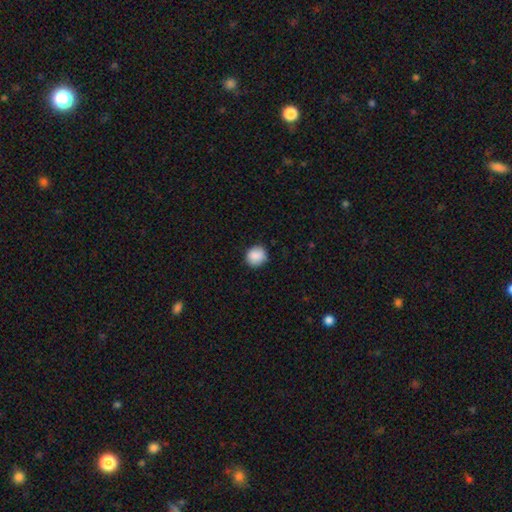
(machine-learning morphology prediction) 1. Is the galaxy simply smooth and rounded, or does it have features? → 88% smooth, 8% star or artifact, 4% featured or disk.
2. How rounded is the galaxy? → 89% round, 10% in between, 1% cigar-shaped.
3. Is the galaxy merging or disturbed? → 86% none, 11% minor disturbance, 2% major disturbance, 1% merger.